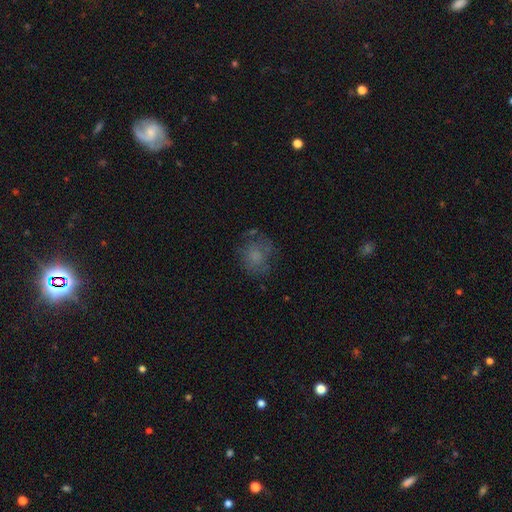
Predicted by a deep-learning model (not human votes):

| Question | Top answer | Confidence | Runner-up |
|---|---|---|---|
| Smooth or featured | smooth | 63% | featured or disk (23%) |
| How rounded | round | 72% | in between (27%) |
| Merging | none | 62% | minor disturbance (21%) |